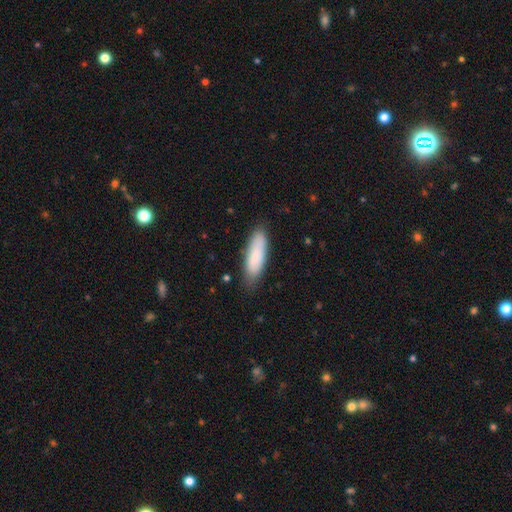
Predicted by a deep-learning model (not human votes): A smooth galaxy with no disk features (83%) that is in between round and cigar-shaped (52%).

Vote fractions:
- Smooth or featured? smooth: 83% / featured or disk: 11% / star or artifact: 6%
- How rounded? in between: 52% / cigar-shaped: 46% / round: 1%
- Merging? none: 79% / minor disturbance: 16% / major disturbance: 3% / merger: 1%